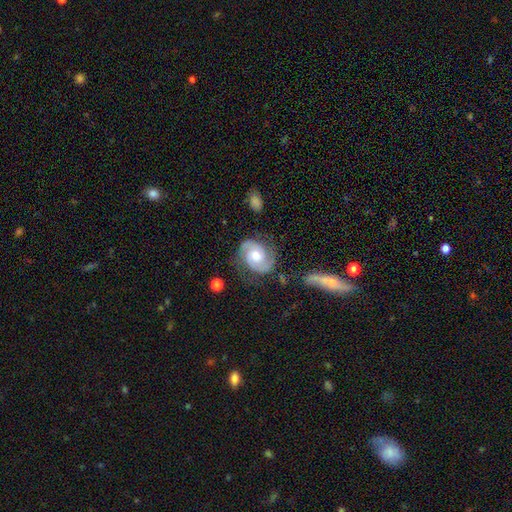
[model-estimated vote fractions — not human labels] This appears to be a featured or disk galaxy (86%) with no bar (65%), 2 (92%) tight (45%, tied with medium) spiral arms (97%) and a moderate central bulge (69%). Merging: none (76%).